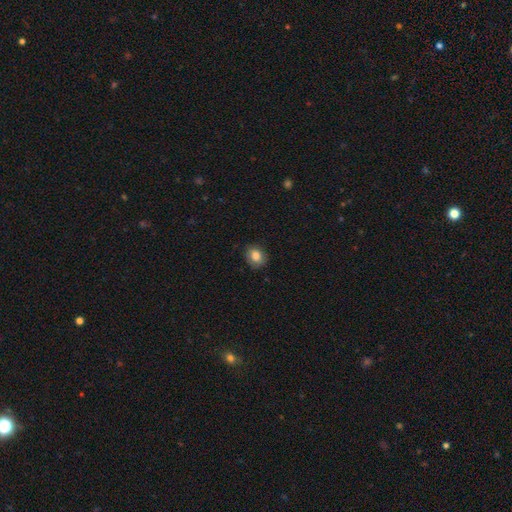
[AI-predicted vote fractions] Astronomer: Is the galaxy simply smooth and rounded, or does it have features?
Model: smooth — 81%.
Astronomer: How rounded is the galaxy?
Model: round — 57% (runner-up: in between, 42%).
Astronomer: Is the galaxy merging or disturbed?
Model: none — 80%.